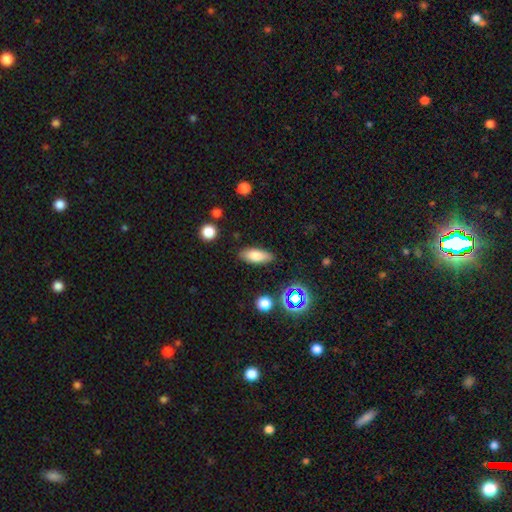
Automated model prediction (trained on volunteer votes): smooth 78%, featured or disk 12%, star or artifact 9%. Down the decision tree: how rounded — in between (74%); merging — none (85%).